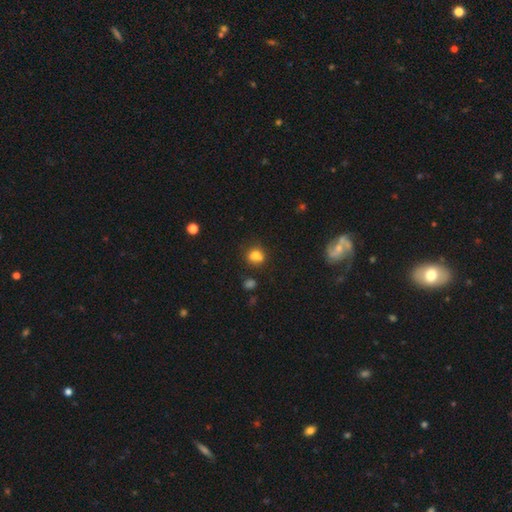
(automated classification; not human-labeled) smooth-or-featured: smooth: 80% | star or artifact: 13% | featured or disk: 8%
  how-rounded: round: 65% | in between: 34% | cigar-shaped: 1%
  merging: none: 66% | minor disturbance: 18% | merger: 10% | major disturbance: 5%